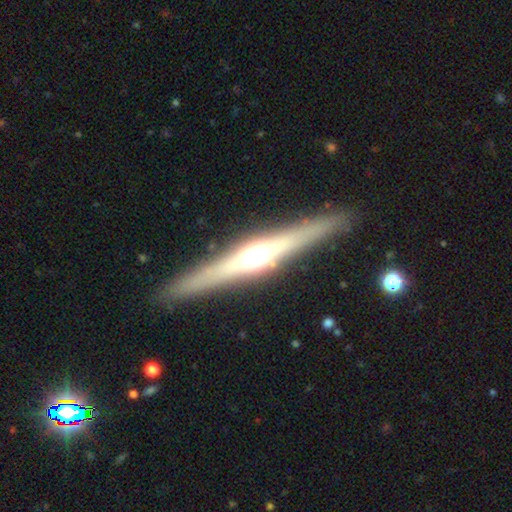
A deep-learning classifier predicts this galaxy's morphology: A featured or disk galaxy (73%) viewed edge-on (97%) with a rounded central bulge (88%).

Vote fractions:
- Smooth or featured? featured or disk: 73% / smooth: 20% / star or artifact: 7%
- Edge-on disk? yes: 97% / no: 3%
- Edge-on bulge? rounded: 88% / boxy: 8% / none: 5%
- Merging? none: 90% / minor disturbance: 7% / major disturbance: 2% / merger: 1%